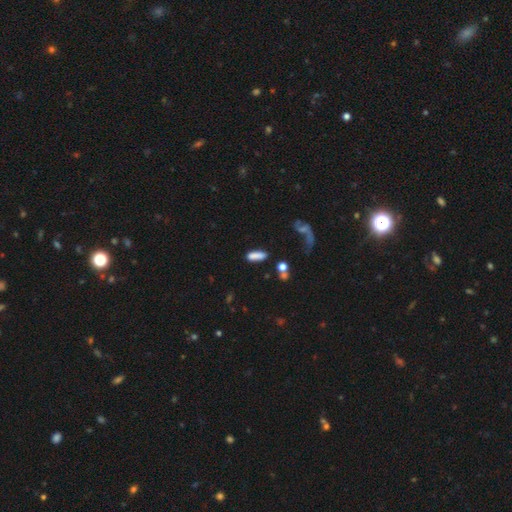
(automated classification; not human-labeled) Morphology: type=smooth (81%); roundness=in between (48%, tied with cigar-shaped); merging=none (68%).